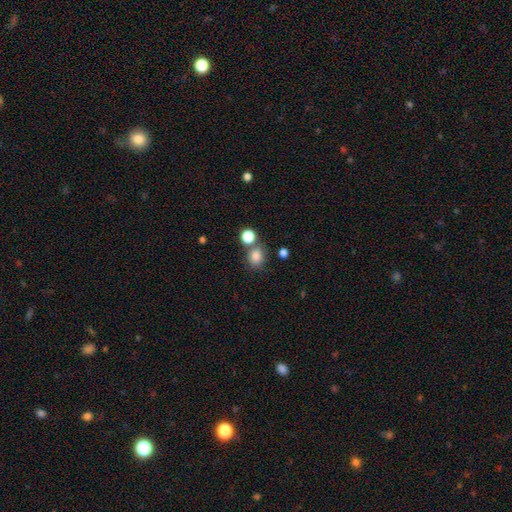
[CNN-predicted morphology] Q: Smooth or featured?
A: smooth (83%); runner-up: star or artifact (12%)
Q: How rounded?
A: round (71%); runner-up: in between (28%)
Q: Merging?
A: none (65%); runner-up: merger (19%)